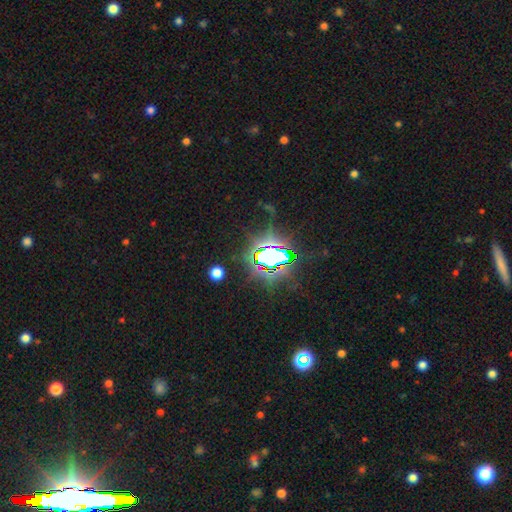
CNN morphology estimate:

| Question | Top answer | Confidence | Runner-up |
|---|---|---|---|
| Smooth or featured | star or artifact | 77% | smooth (13%) |